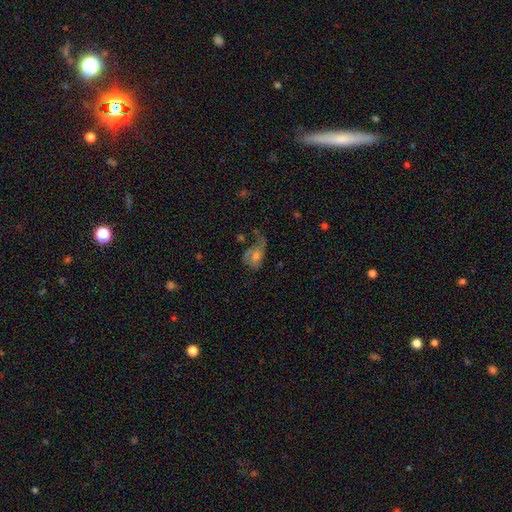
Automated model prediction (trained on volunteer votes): Smooth or featured? Predicted: featured or disk (p=0.52). Edge-on disk? Predicted: no (p=0.95). Merging? Predicted: major disturbance (p=0.44).